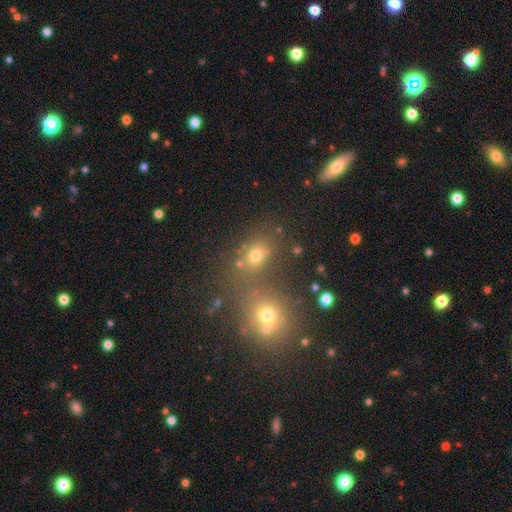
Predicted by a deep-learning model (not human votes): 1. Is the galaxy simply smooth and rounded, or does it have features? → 62% smooth, 25% star or artifact, 13% featured or disk.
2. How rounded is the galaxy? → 51% round, 47% in between, 2% cigar-shaped.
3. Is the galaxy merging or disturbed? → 56% none, 29% merger, 10% minor disturbance, 5% major disturbance.